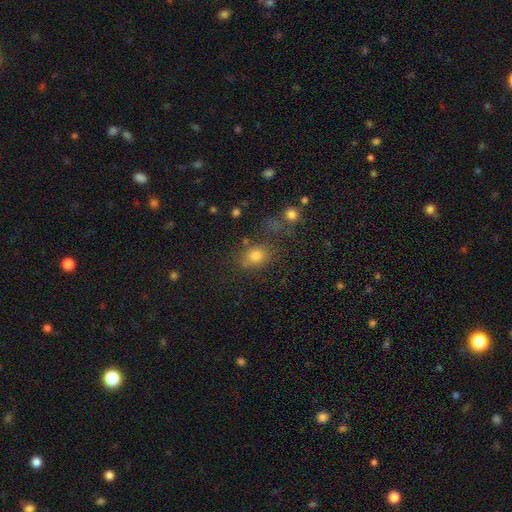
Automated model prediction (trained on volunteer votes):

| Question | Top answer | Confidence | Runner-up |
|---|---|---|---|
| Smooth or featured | smooth | 76% | star or artifact (15%) |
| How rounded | round | 52% | in between (46%) |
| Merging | none | 59% | minor disturbance (16%) |